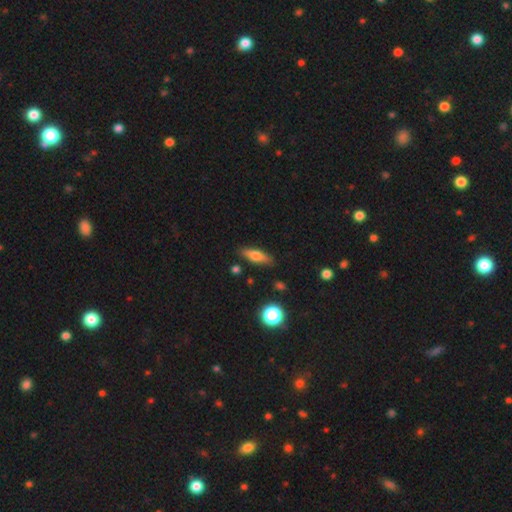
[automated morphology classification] Smooth or featured? smooth (55%)
How rounded? cigar-shaped (52%)
Merging? none (85%)